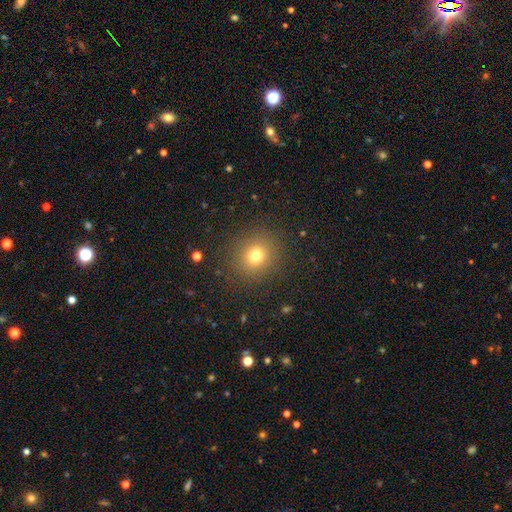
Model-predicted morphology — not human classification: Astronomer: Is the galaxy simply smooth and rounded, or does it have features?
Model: smooth — 74%.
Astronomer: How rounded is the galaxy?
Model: round — 86%.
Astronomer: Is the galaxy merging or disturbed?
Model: none — 87%.